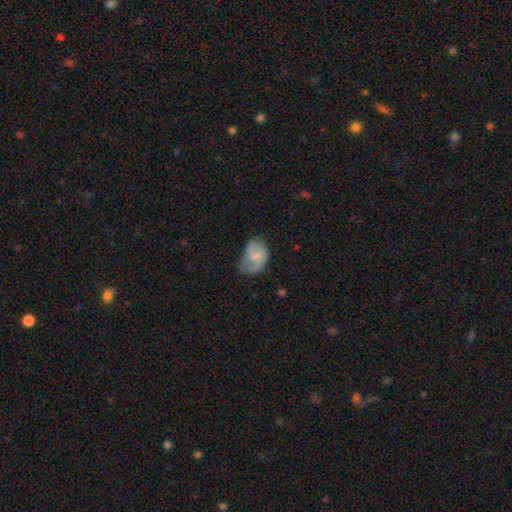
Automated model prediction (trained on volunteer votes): featured or disk 47%, smooth 46%, star or artifact 7%. Down the decision tree: merging — minor disturbance (35%).